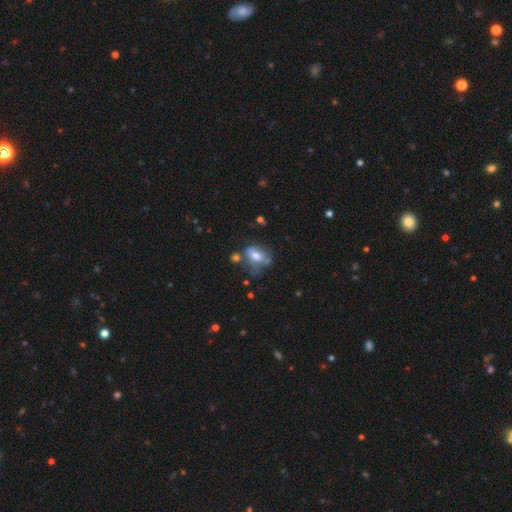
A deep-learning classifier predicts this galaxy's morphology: The model was most divided on "merging": none: 36%, minor disturbance: 27%, major disturbance: 23%, merger: 15%. More confident: how rounded — in between (78%); smooth or featured — smooth (56%).